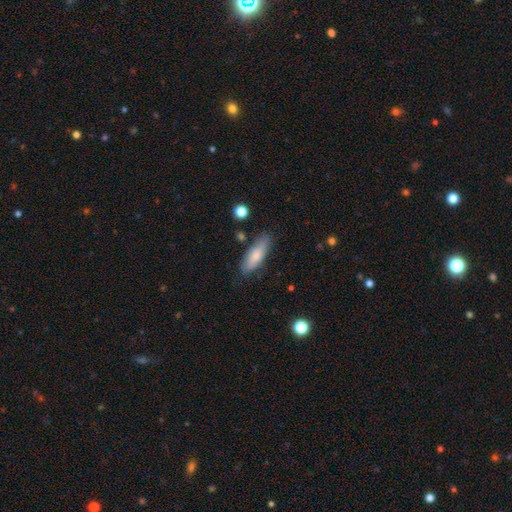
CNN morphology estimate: Smooth or featured: smooth — 75% (featured or disk — 18%)
How rounded: in between — 60% (cigar-shaped — 38%)
Merging: none — 74% (minor disturbance — 19%)